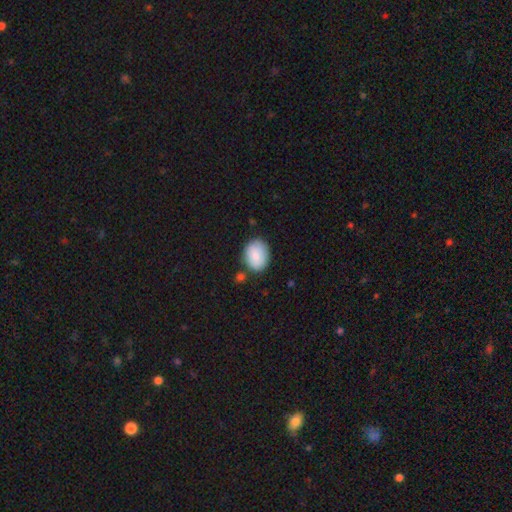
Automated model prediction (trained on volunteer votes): Smooth or featured? smooth (84%)
How rounded? in between (68%)
Merging? none (76%)